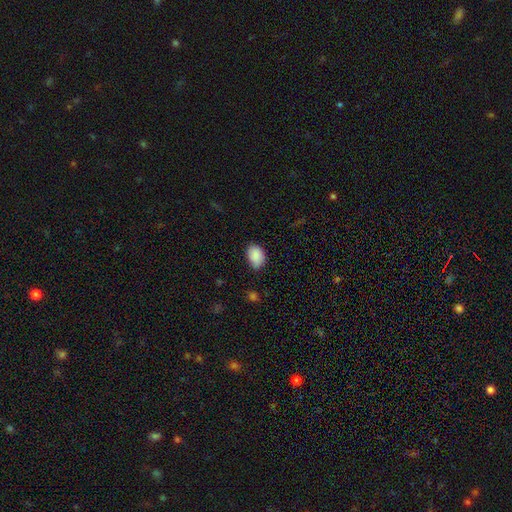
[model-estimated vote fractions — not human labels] Smooth or featured?
  - smooth: 88% *
  - star or artifact: 7%
  - featured or disk: 5%
How rounded?
  - in between: 81% *
  - round: 18%
  - cigar-shaped: 1%
Merging?
  - none: 70% *
  - minor disturbance: 25%
  - major disturbance: 4%
  - merger: 1%